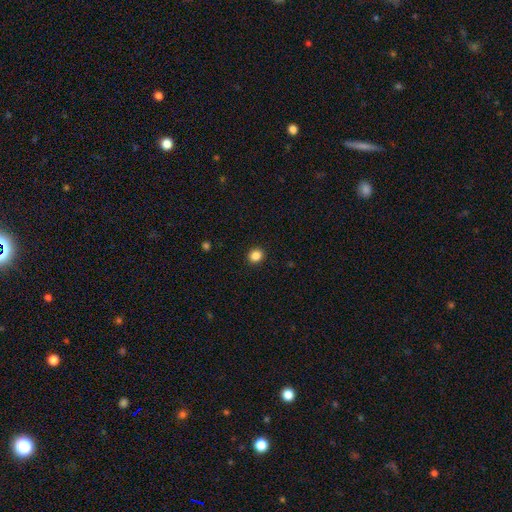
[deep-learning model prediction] Smooth or featured? smooth (86%)
How rounded? round (84%)
Merging? none (92%)